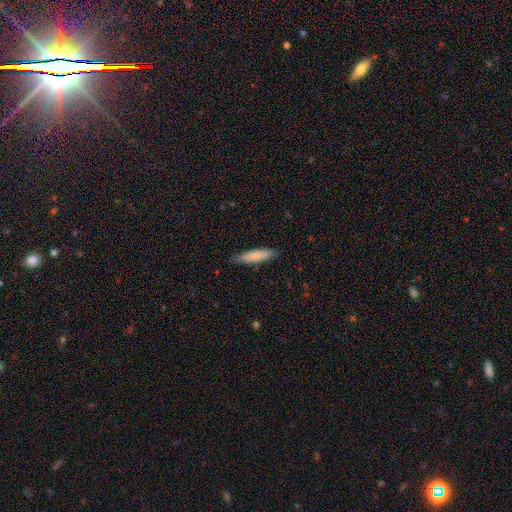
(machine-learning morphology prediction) smooth 78%, featured or disk 17%, star or artifact 5%. Down the decision tree: how rounded — cigar-shaped (76%); merging — none (80%).